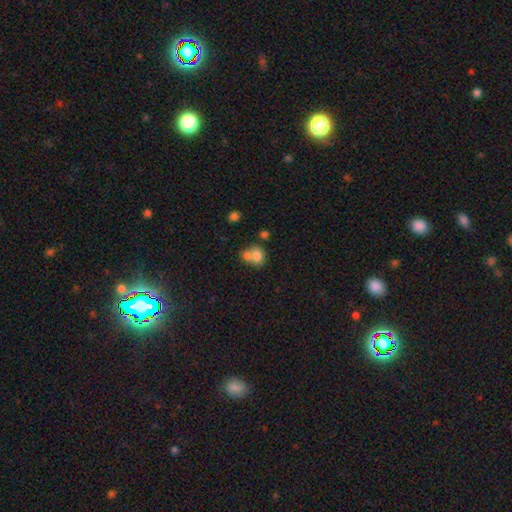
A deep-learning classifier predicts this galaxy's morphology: Smooth or featured? Predicted: smooth (p=0.77). How rounded? Predicted: round (p=0.58). Merging? Predicted: merger (p=0.55).